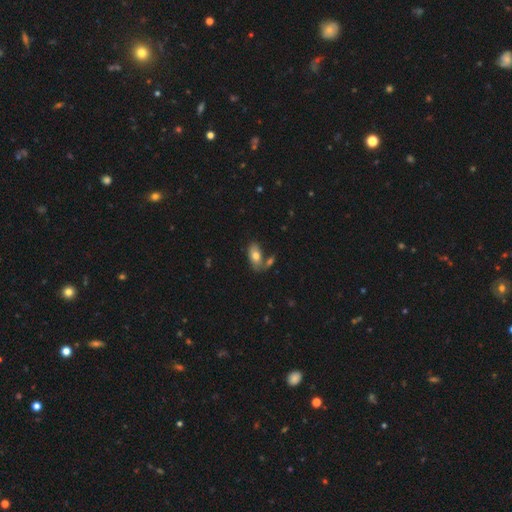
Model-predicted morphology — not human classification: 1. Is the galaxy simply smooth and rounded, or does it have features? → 73% smooth, 19% featured or disk, 7% star or artifact.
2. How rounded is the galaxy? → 91% in between, 5% round, 4% cigar-shaped.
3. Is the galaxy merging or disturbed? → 55% none, 25% merger, 14% minor disturbance, 5% major disturbance.